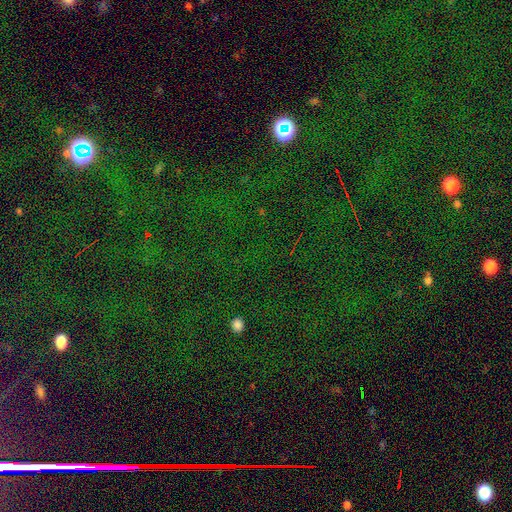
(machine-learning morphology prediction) This is likely a star or artifact rather than a galaxy (79%).